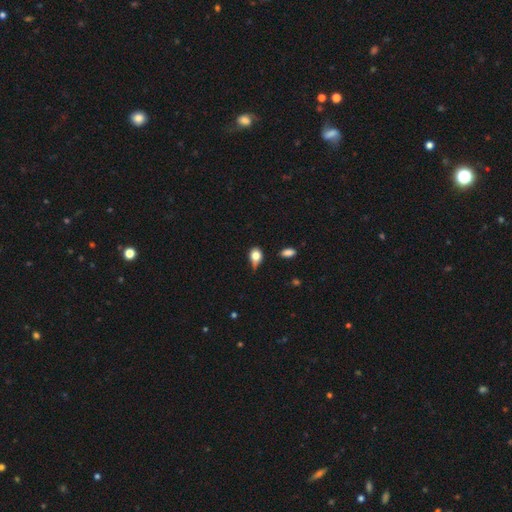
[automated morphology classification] smooth-or-featured: smooth: 77% | featured or disk: 13% | star or artifact: 10%
  how-rounded: in between: 54% | round: 43% | cigar-shaped: 3%
  merging: minor disturbance: 46% | none: 33% | major disturbance: 17% | merger: 5%